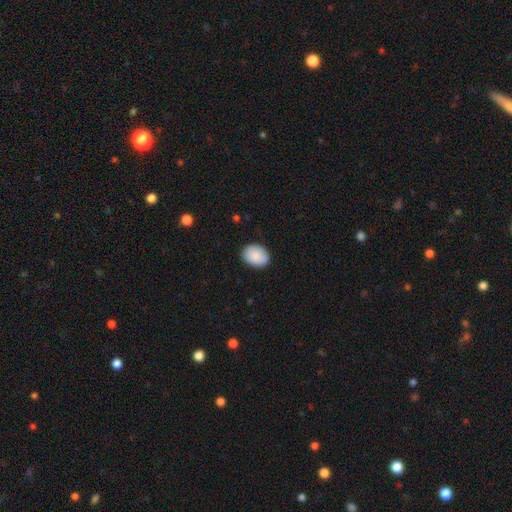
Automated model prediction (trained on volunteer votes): This is clearly a smooth galaxy (89%). How rounded: likely in between (75%). Merging: clearly none (87%).